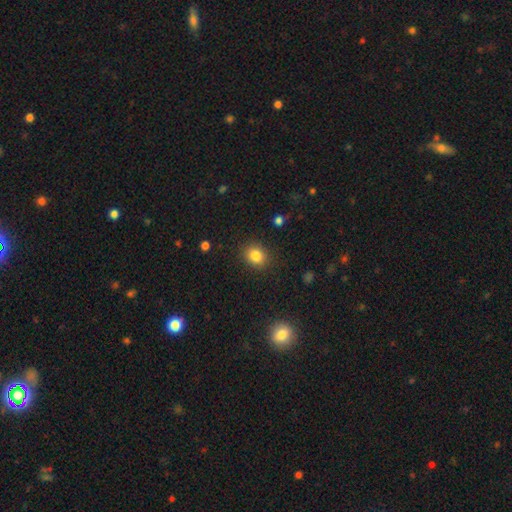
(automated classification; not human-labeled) smooth 83%, star or artifact 11%, featured or disk 6%. Down the decision tree: how rounded — round (62%); merging — none (88%).